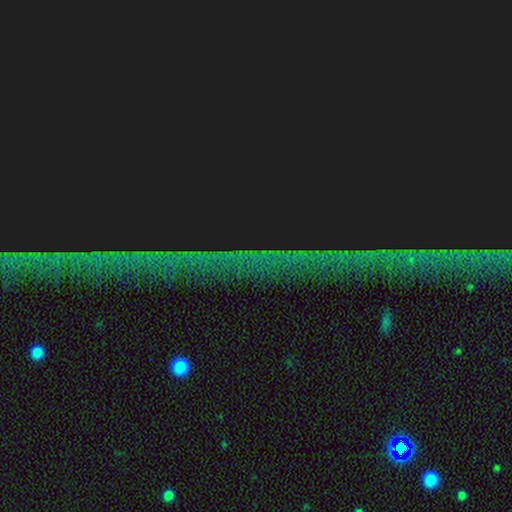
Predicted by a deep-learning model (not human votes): smooth-or-featured: star or artifact: 87% | featured or disk: 7% | smooth: 6%